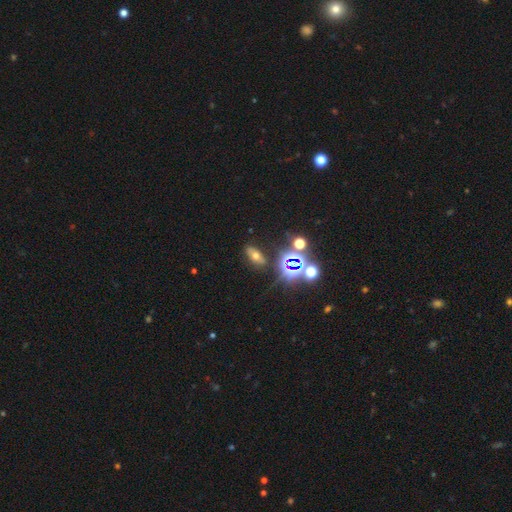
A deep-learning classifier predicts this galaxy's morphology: smooth 40%, star or artifact 38%, featured or disk 22%. Down the decision tree: merging — none (80%).